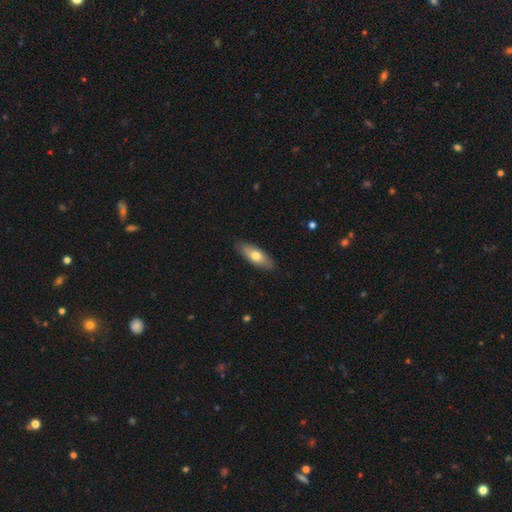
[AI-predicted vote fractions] The model was most divided on "smooth or featured": smooth: 66%, featured or disk: 28%, star or artifact: 6%. More confident: merging — none (88%); how rounded — in between (68%).